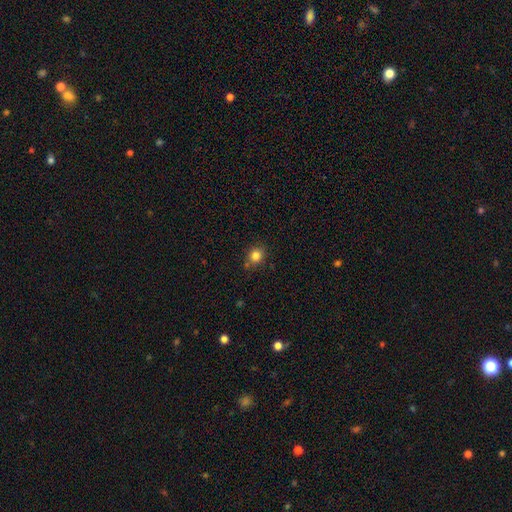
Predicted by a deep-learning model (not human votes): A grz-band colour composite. It shows a smooth galaxy with no disk features (83%) that is round (75%). Merging: none (76%).